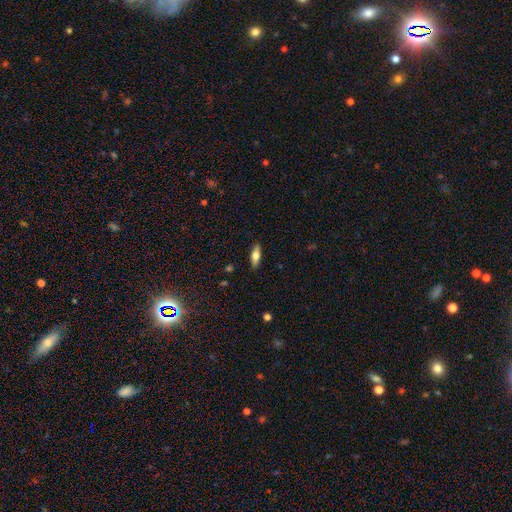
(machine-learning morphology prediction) Smooth or featured? smooth (61%)
How rounded? in between (59%)
Merging? none (89%)